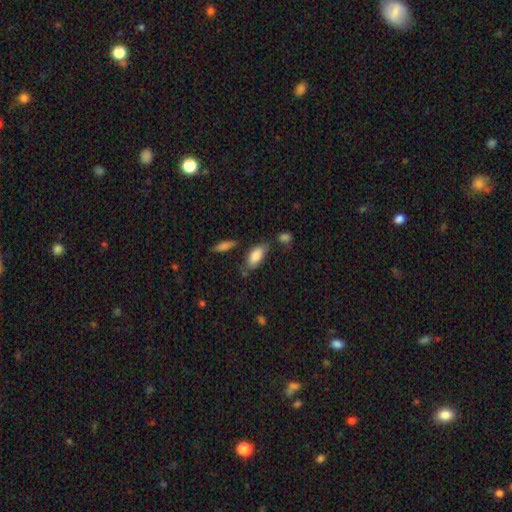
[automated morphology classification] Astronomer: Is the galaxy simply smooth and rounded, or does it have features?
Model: smooth — 83%.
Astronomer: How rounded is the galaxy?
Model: in between — 88%.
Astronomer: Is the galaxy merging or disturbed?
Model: none — 65%.